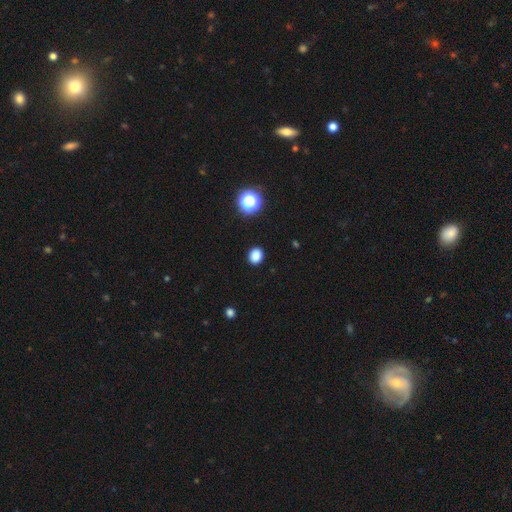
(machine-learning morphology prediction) This is clearly a smooth galaxy (85%). How rounded: likely round (62%). Merging: clearly none (91%).